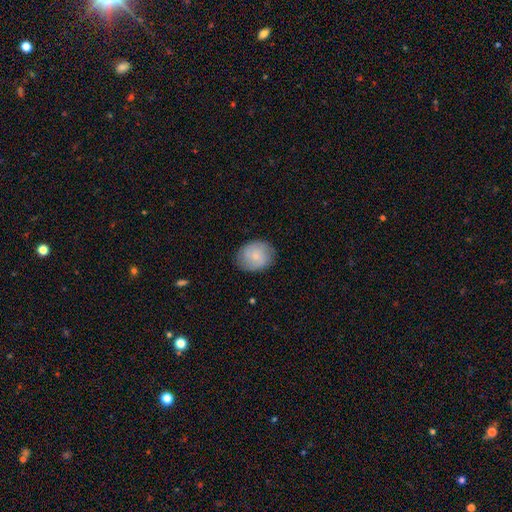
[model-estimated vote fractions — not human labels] smooth_or_featured: smooth (p=0.71) [alt: featured or disk p=0.23]
how_rounded: round (p=0.52) [alt: in between p=0.47]
merging: none (p=0.81) [alt: minor disturbance p=0.14]